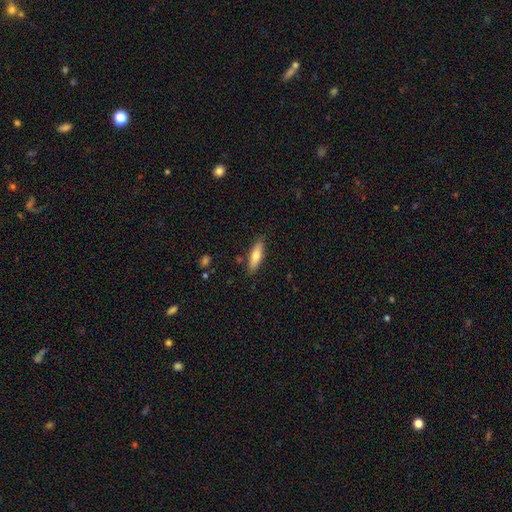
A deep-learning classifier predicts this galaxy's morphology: This is likely a smooth galaxy (71%). How rounded: possibly cigar-shaped (49%, tied with in between). Merging: clearly none (84%).